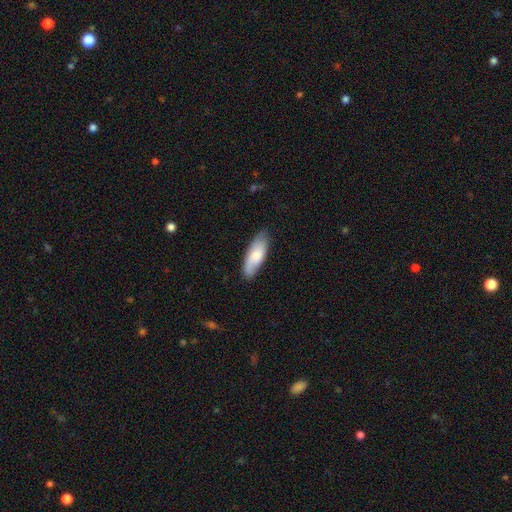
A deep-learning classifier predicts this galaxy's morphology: This is likely a smooth galaxy (73%). How rounded: likely in between (70%). Merging: likely none (76%).